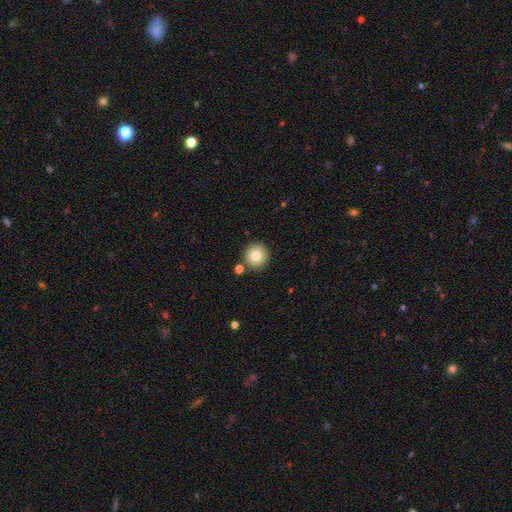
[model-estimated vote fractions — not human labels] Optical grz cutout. It shows a smooth galaxy with no disk features (82%) that is round (94%). Merging: none (85%).